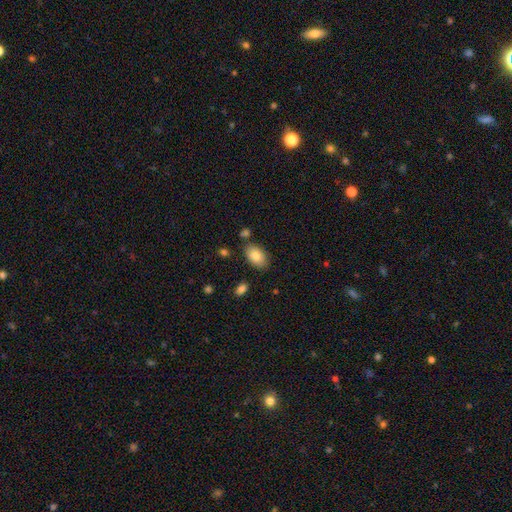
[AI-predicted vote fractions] smooth 84%, featured or disk 9%, star or artifact 7%. Down the decision tree: how rounded — in between (92%); merging — none (79%).